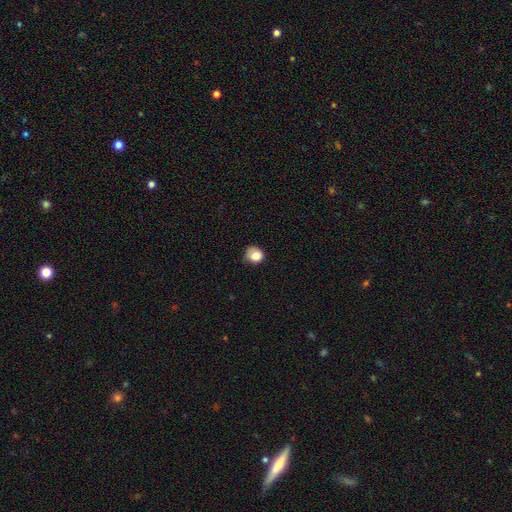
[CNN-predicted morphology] Smooth or featured? Predicted: smooth (p=0.82). How rounded? Predicted: round (p=0.77). Merging? Predicted: none (p=0.55).